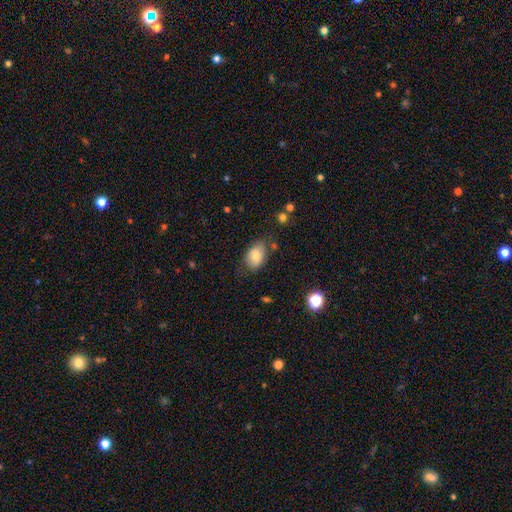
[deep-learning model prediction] Smooth or featured: smooth — 80% (featured or disk — 12%)
How rounded: in between — 87% (round — 12%)
Merging: none — 71% (minor disturbance — 20%)